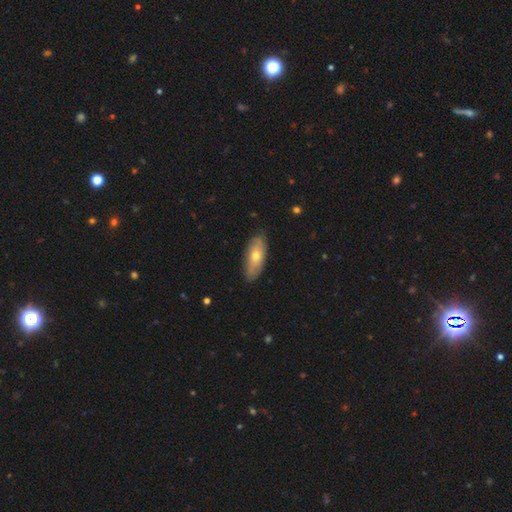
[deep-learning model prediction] The model was most divided on "smooth or featured": smooth: 61%, featured or disk: 33%, star or artifact: 6%. More confident: merging — none (83%); how rounded — in between (80%).